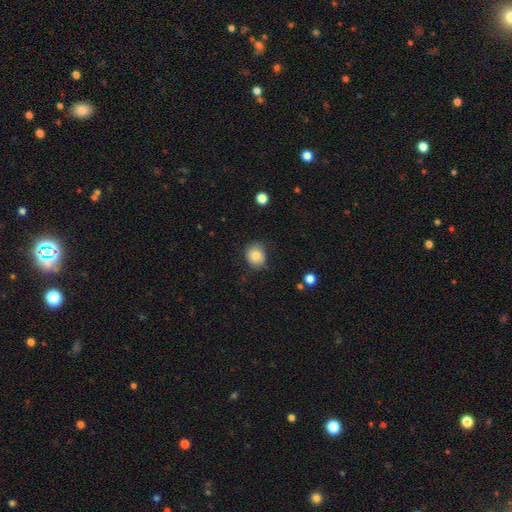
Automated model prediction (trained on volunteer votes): The model was most divided on "how rounded": round: 74%, in between: 25%, cigar-shaped: 1%. More confident: smooth or featured — smooth (82%); merging — none (74%).